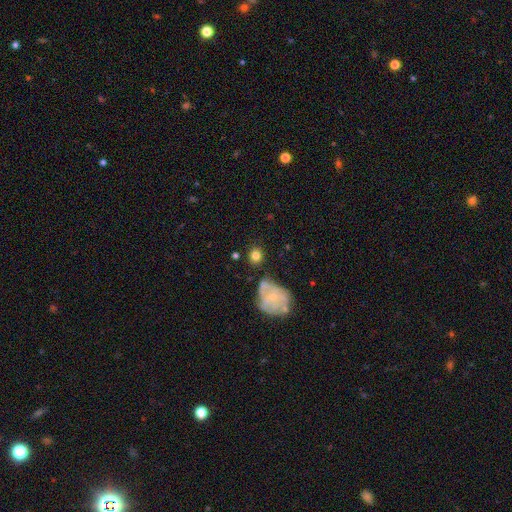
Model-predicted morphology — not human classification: Smooth or featured: smooth — 75% (featured or disk — 16%)
How rounded: round — 76% (in between — 22%)
Merging: none — 71% (minor disturbance — 14%)